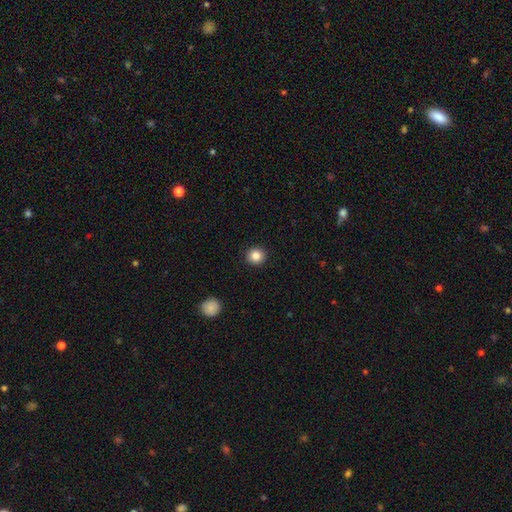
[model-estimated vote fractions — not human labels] Q: Smooth or featured?
A: smooth (85%); runner-up: star or artifact (10%)
Q: How rounded?
A: round (92%); runner-up: in between (7%)
Q: Merging?
A: none (92%); runner-up: minor disturbance (5%)